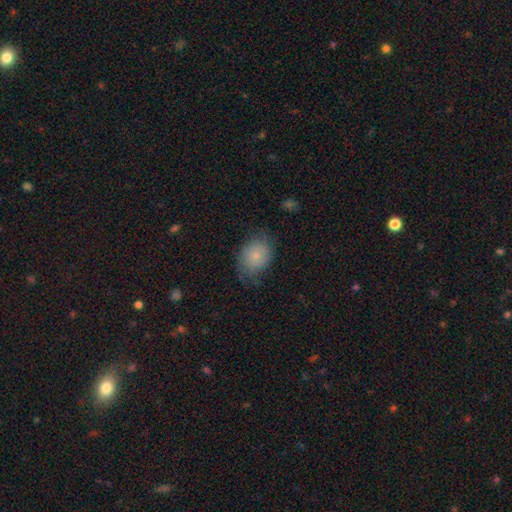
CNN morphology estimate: The model was most divided on "how rounded": in between: 59%, round: 40%, cigar-shaped: 1%. More confident: smooth or featured — smooth (74%); merging — none (62%).